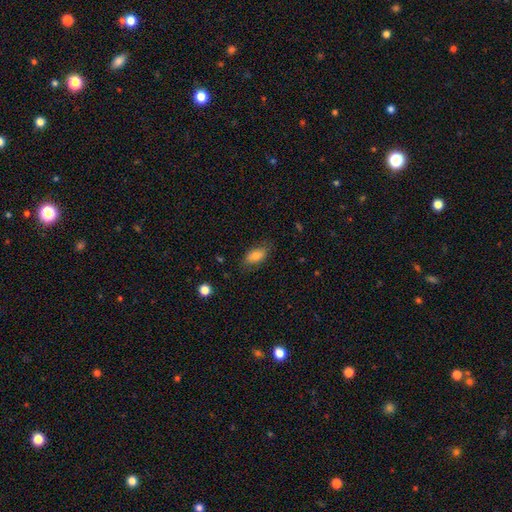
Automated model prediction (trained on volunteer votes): Smooth or featured? Predicted: smooth (p=0.79). How rounded? Predicted: in between (p=0.89). Merging? Predicted: none (p=0.76).